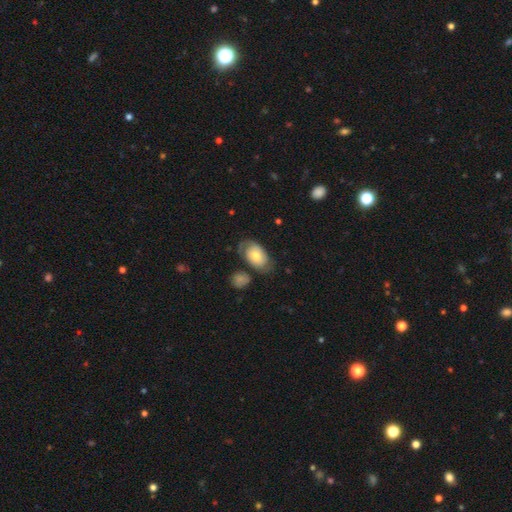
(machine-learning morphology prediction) This is possibly a smooth galaxy (49%). Merging: possibly none (56%).